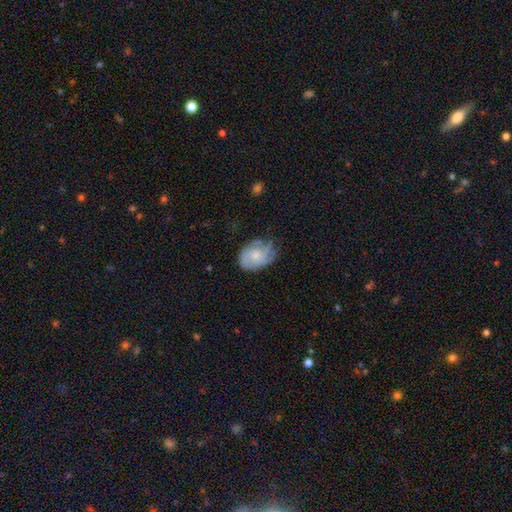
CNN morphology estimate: A featured or disk galaxy (52%) with no bar (81%), spiral arms (79%) and a moderate central bulge (49%). Merging: none (53%).